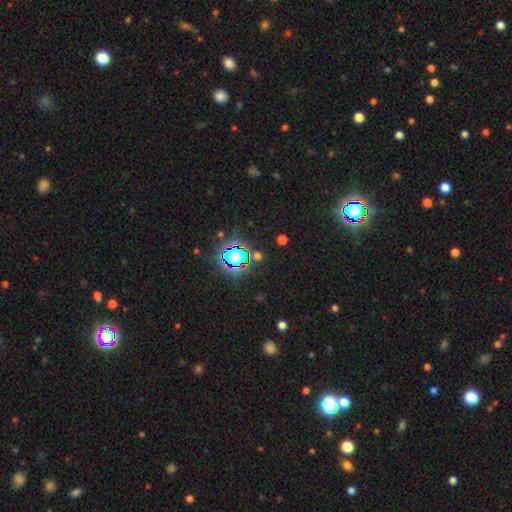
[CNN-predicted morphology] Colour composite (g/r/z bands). It shows a star or artifact, not a galaxy (75%).